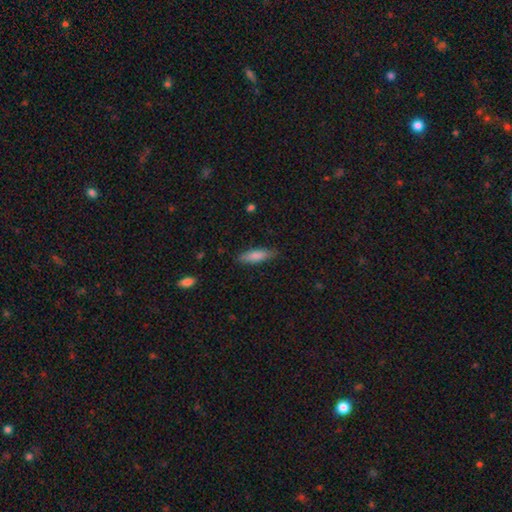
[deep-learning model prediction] Overall: smooth (82%). How rounded: cigar-shaped (56%; in between 43%). Merging: none (81%).